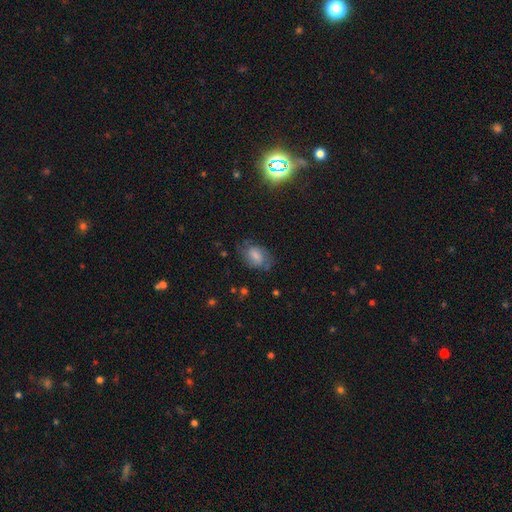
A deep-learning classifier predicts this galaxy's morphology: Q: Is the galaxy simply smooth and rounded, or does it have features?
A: smooth — 46%.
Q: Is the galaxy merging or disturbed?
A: none — 63%.